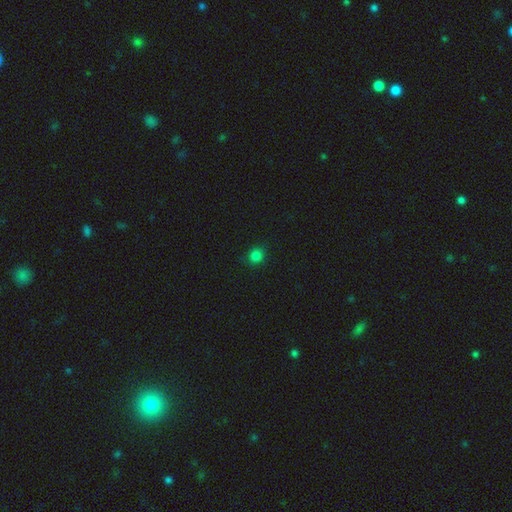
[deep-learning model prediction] A smooth galaxy with no disk features (82%) that is round (86%).

Vote fractions:
- Smooth or featured? smooth: 82% / star or artifact: 15% / featured or disk: 3%
- How rounded? round: 86% / in between: 13% / cigar-shaped: 1%
- Merging? none: 87% / minor disturbance: 10% / major disturbance: 2% / merger: 1%